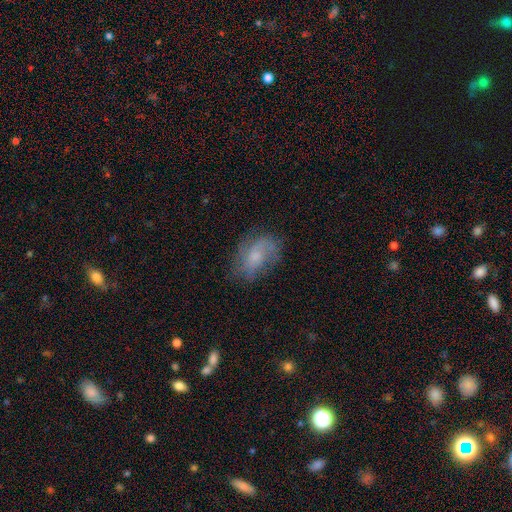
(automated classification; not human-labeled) Morphology: type=smooth (47%); merging=none (61%).